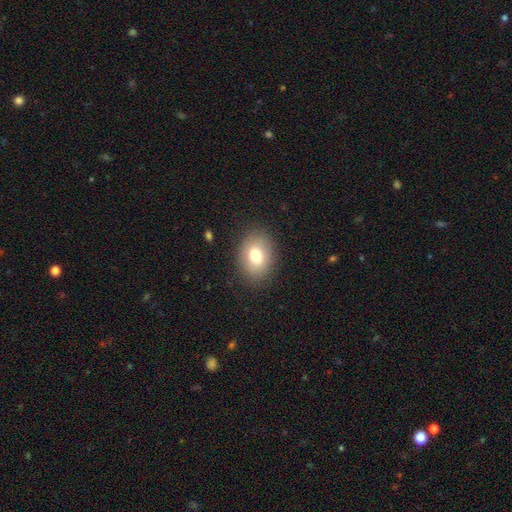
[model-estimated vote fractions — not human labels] smooth 75%, featured or disk 16%, star or artifact 9%. Down the decision tree: how rounded — in between (70%); merging — none (85%).